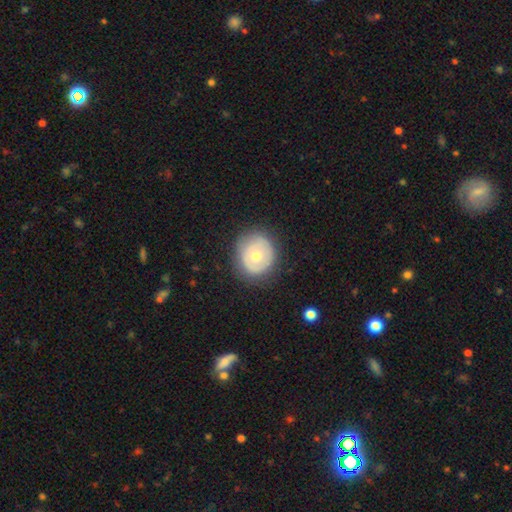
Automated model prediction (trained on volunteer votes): Smooth or featured: smooth — 51% (featured or disk — 42%)
How rounded: round — 82% (in between — 17%)
Merging: none — 81% (minor disturbance — 14%)